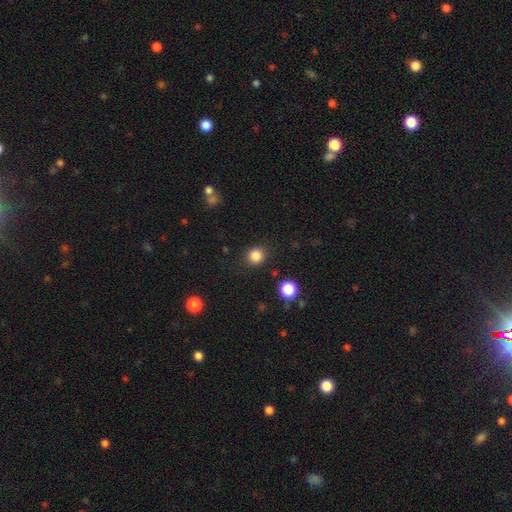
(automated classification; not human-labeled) Smooth or featured?
  - smooth: 84% *
  - star or artifact: 12%
  - featured or disk: 4%
How rounded?
  - round: 88% *
  - in between: 11%
  - cigar-shaped: 1%
Merging?
  - none: 87% *
  - minor disturbance: 8%
  - major disturbance: 3%
  - merger: 2%